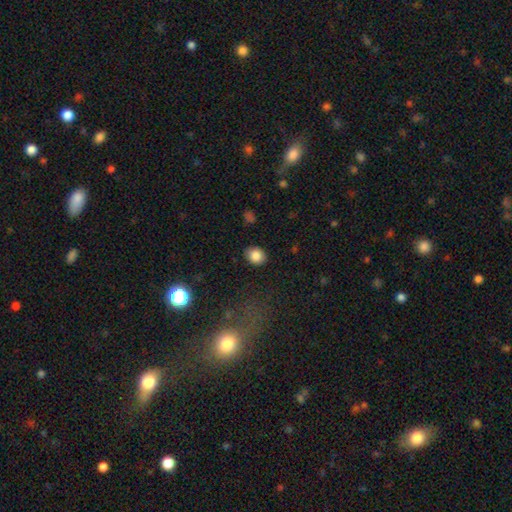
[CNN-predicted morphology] Smooth or featured? smooth (86%)
How rounded? round (64%)
Merging? none (87%)